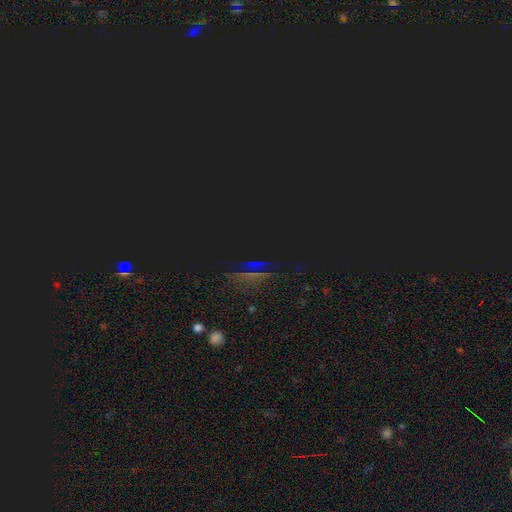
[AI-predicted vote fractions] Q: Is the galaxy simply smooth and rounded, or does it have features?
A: star or artifact — 79%.